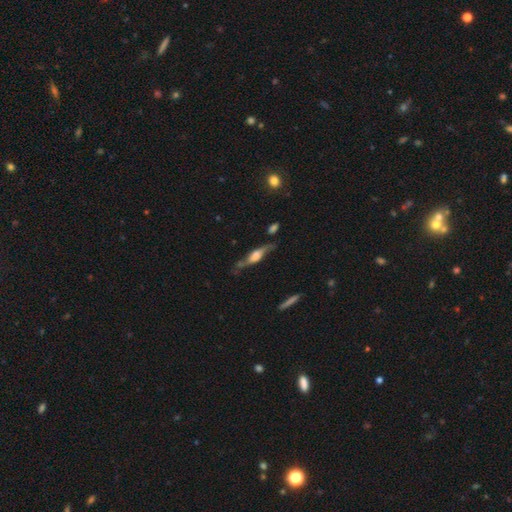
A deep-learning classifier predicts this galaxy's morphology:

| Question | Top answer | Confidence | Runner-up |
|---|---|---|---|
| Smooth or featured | featured or disk | 72% | smooth (22%) |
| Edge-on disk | yes | 74% | no (26%) |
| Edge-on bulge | rounded | 64% | boxy (30%) |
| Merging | none | 63% | minor disturbance (22%) |